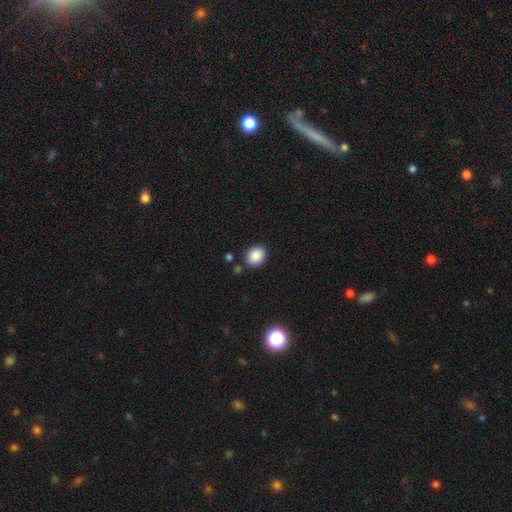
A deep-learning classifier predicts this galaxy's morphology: Smooth or featured?
  - smooth: 88% *
  - star or artifact: 9%
  - featured or disk: 4%
How rounded?
  - round: 60% *
  - in between: 39%
  - cigar-shaped: 1%
Merging?
  - none: 83% *
  - minor disturbance: 9%
  - merger: 5%
  - major disturbance: 3%